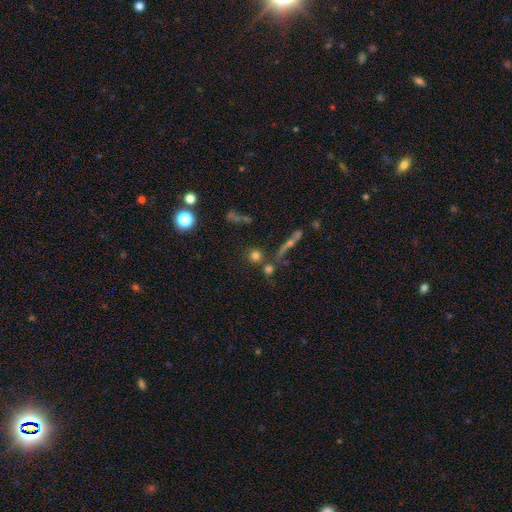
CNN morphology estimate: smooth-or-featured: smooth: 72% | star or artifact: 16% | featured or disk: 12%
  how-rounded: round: 91% | in between: 7% | cigar-shaped: 2%
  merging: none: 67% | merger: 20% | minor disturbance: 8% | major disturbance: 5%